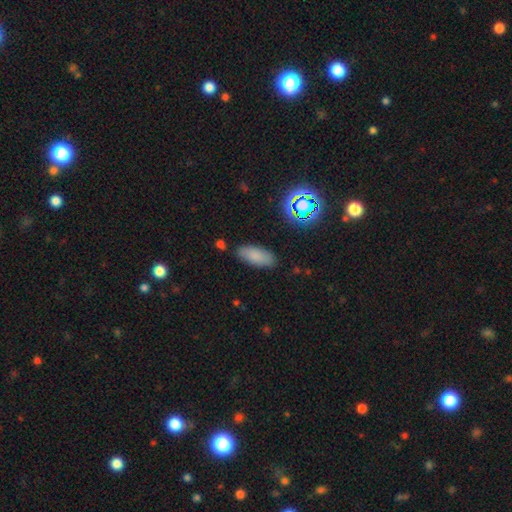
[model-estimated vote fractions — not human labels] smooth-or-featured: smooth: 80% | star or artifact: 11% | featured or disk: 9%
  how-rounded: in between: 83% | cigar-shaped: 15% | round: 2%
  merging: none: 83% | minor disturbance: 12% | major disturbance: 3% | merger: 2%